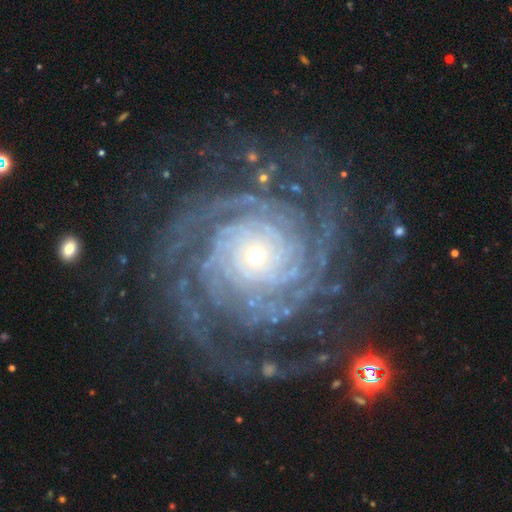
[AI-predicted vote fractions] Smooth or featured?
  - featured or disk: 91% *
  - star or artifact: 5%
  - smooth: 4%
Edge-on disk?
  - no: 97% *
  - yes: 3%
Bar?
  - no: 77% *
  - weak: 15%
  - strong: 8%
Spiral arms?
  - yes: 98% *
  - no: 2%
Spiral winding?
  - tight: 80% *
  - medium: 16%
  - loose: 3%
Spiral arm count?
  - can't tell: 21% *
  - 4: 18%
  - more than 4: 18%
  - 2: 18%
  - 3: 16%
  - 1: 9%
Bulge size?
  - small: 64% *
  - moderate: 31%
  - large: 3%
  - dominant: 1%
  - none: 1%
Merging?
  - none: 73% *
  - minor disturbance: 14%
  - major disturbance: 12%
  - merger: 2%